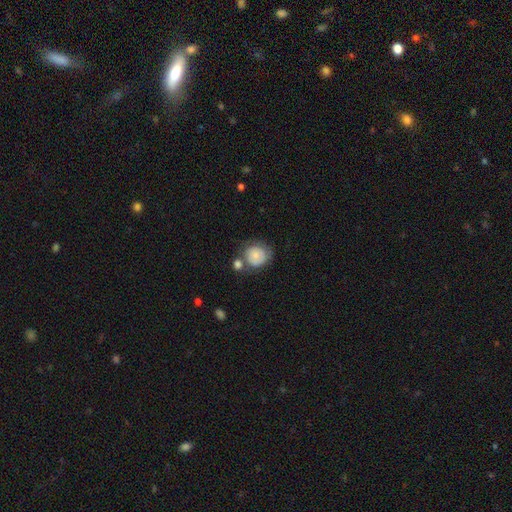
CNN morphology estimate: smooth_or_featured: smooth (p=0.76) [alt: featured or disk p=0.16]
how_rounded: round (p=0.80) [alt: in between p=0.19]
merging: none (p=0.49) [alt: minor disturbance p=0.21]